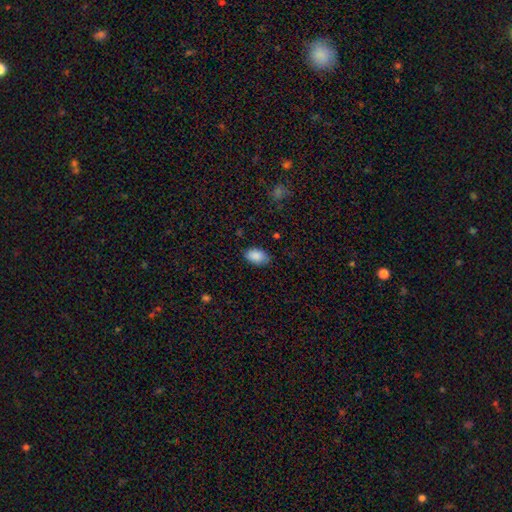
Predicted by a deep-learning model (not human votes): A smooth galaxy with no disk features (89%) that is in between round and cigar-shaped (91%). Merging: none (81%).